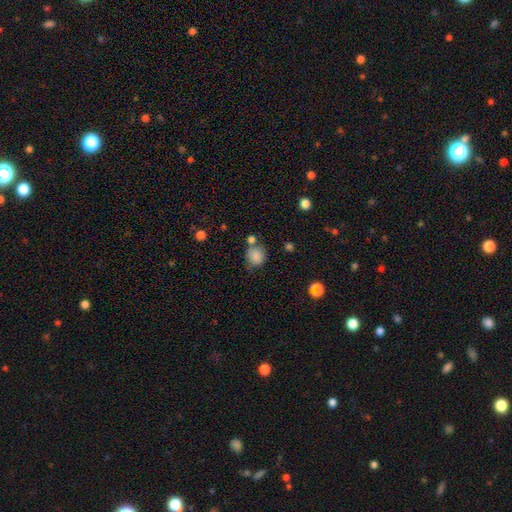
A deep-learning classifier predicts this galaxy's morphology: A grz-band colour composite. It shows a smooth galaxy with no disk features (84%) that is round (83%). Merging: none (64%).